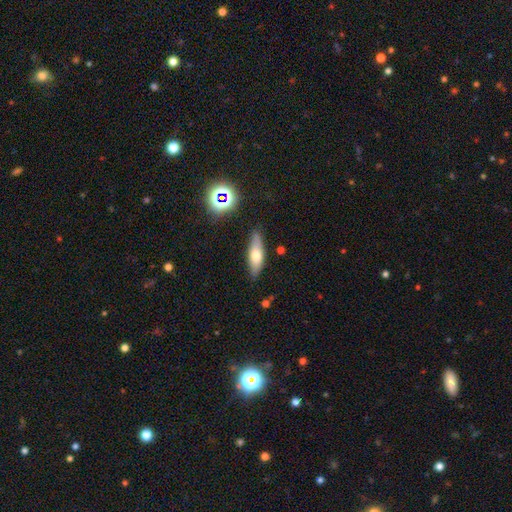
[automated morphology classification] A smooth galaxy with no disk features (60%) that is in between round and cigar-shaped (54%). Merging: none (82%).